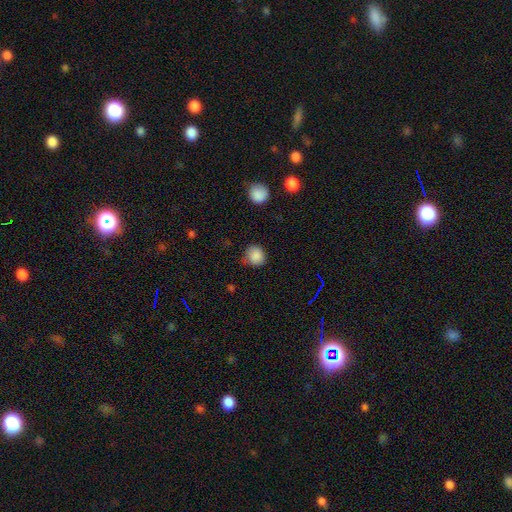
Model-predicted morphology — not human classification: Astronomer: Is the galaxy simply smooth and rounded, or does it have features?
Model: smooth — 86%.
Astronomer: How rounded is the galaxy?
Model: round — 84%.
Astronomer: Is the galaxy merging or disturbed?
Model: none — 69%.